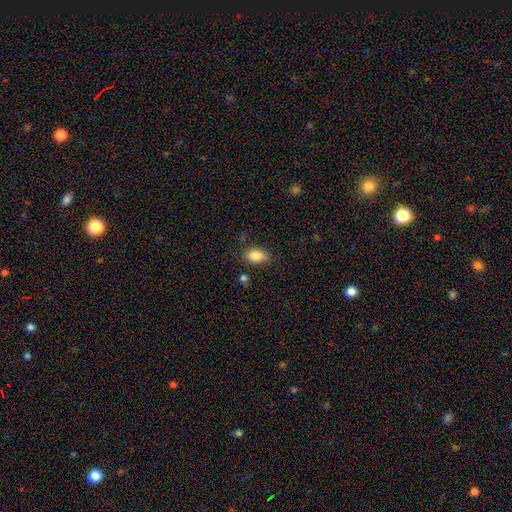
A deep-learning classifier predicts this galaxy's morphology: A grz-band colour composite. It shows a smooth galaxy with no disk features (85%) that is in between round and cigar-shaped (86%). Merging: none (75%).